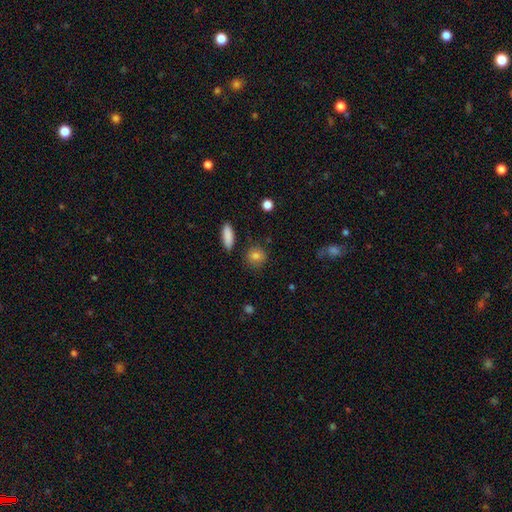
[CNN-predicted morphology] Smooth or featured?
  - smooth: 82% *
  - star or artifact: 10%
  - featured or disk: 8%
How rounded?
  - round: 84% *
  - in between: 14%
  - cigar-shaped: 2%
Merging?
  - none: 84% *
  - minor disturbance: 10%
  - merger: 3%
  - major disturbance: 3%